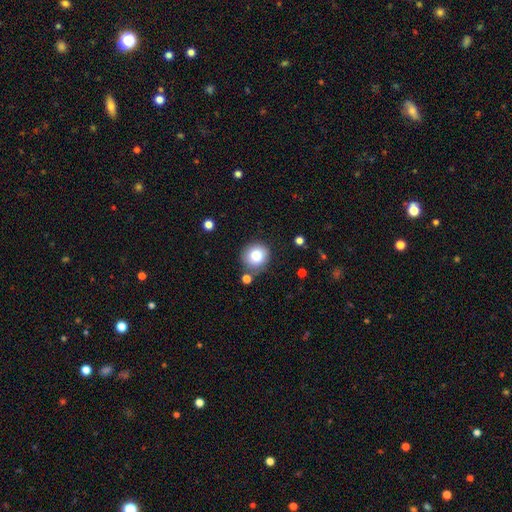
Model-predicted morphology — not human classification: Overall: smooth (81%). How rounded: round (87%). Merging: none (77%).